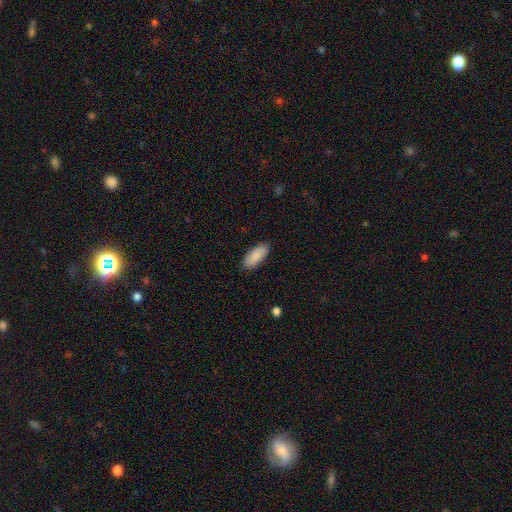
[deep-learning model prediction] Smooth or featured: smooth — 88% (featured or disk — 6%)
How rounded: in between — 82% (cigar-shaped — 16%)
Merging: none — 88% (minor disturbance — 9%)